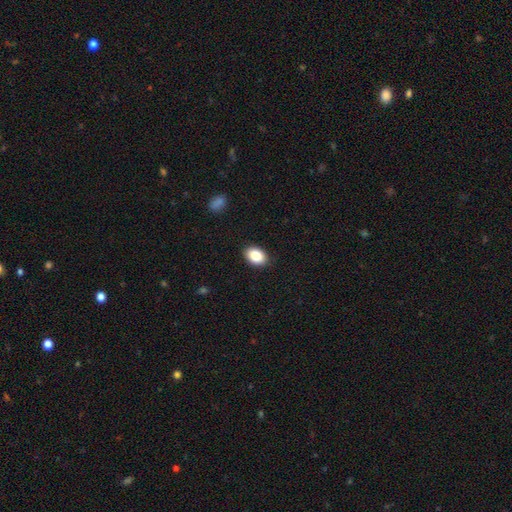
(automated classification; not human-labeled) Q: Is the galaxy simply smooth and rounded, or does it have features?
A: smooth — 87%.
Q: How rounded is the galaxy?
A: in between — 79%.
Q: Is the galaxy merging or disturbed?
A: none — 89%.